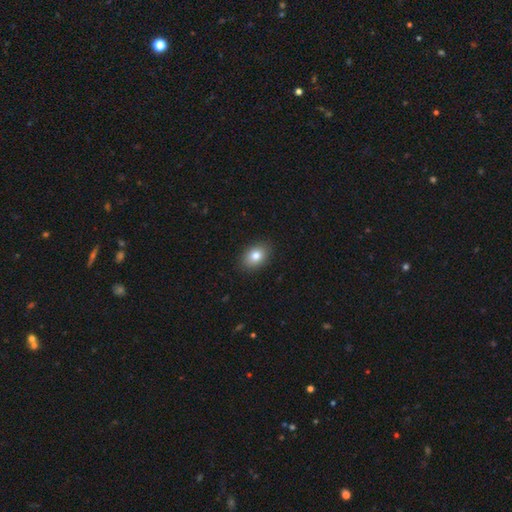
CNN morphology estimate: smooth-or-featured: smooth: 81% | featured or disk: 10% | star or artifact: 9%
  how-rounded: in between: 77% | round: 22% | cigar-shaped: 1%
  merging: none: 89% | minor disturbance: 8% | major disturbance: 2% | merger: 1%